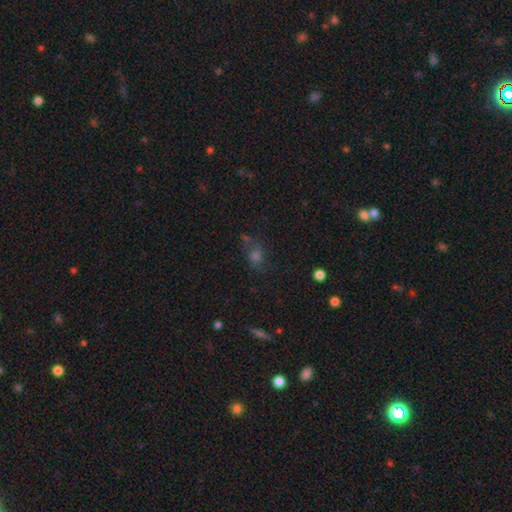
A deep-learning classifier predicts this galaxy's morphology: Overall: smooth (49%; star or artifact 33%). Merging: none (58%; minor disturbance 19%).